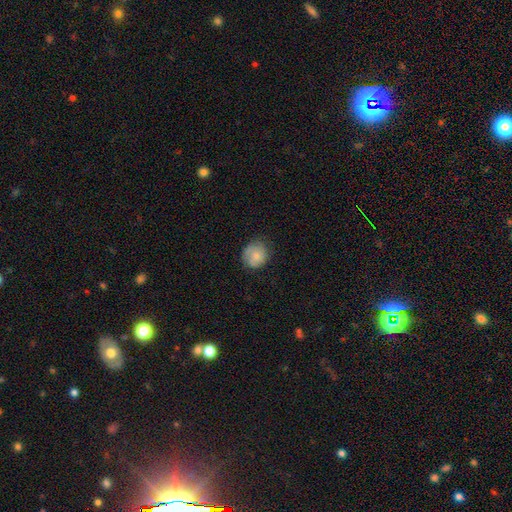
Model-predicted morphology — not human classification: A smooth galaxy with no disk features (73%) that is round (77%). Merging: none (70%).